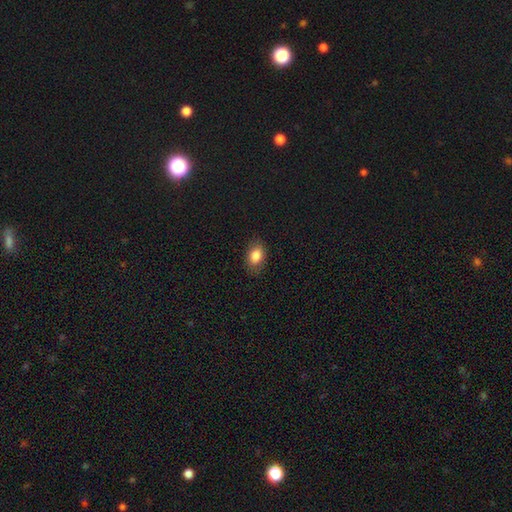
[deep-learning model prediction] Smooth or featured?
  - smooth: 85% *
  - star or artifact: 9%
  - featured or disk: 7%
How rounded?
  - in between: 82% *
  - round: 17%
  - cigar-shaped: 1%
Merging?
  - none: 84% *
  - minor disturbance: 12%
  - major disturbance: 3%
  - merger: 1%